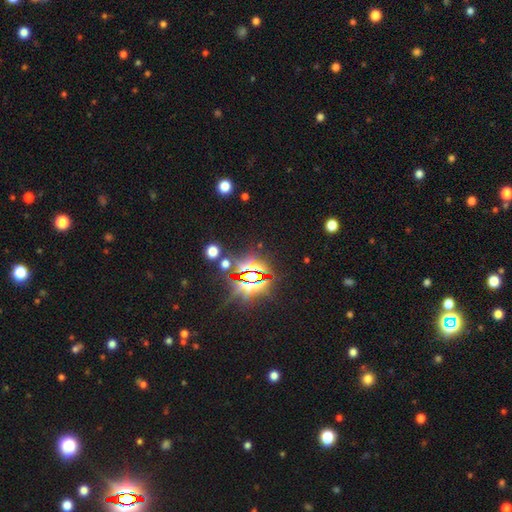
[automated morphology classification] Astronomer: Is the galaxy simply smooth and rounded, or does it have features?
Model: star or artifact — 79%.